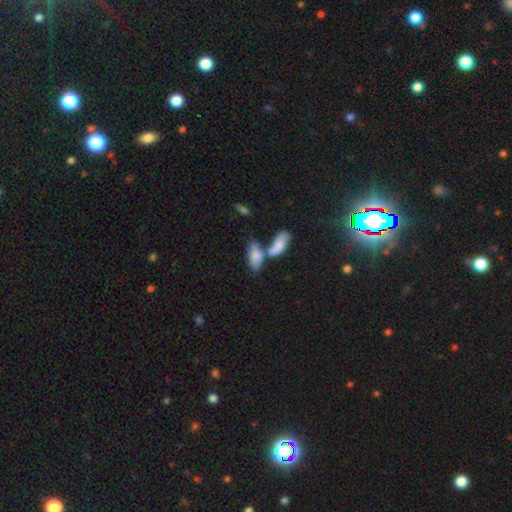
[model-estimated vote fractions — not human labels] The model was most divided on "merging": merger: 59%, none: 25%, minor disturbance: 10%, major disturbance: 5%. More confident: how rounded — in between (87%); smooth or featured — smooth (78%).